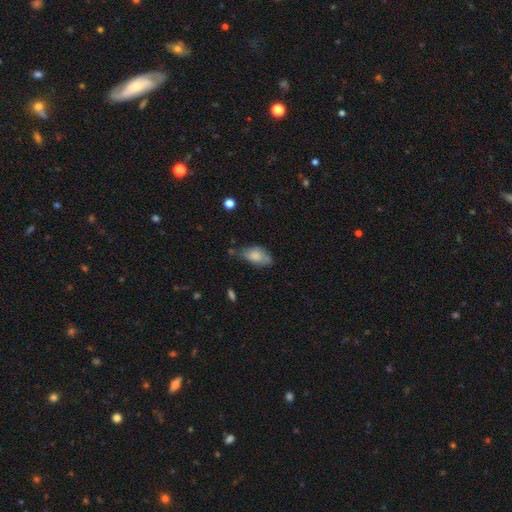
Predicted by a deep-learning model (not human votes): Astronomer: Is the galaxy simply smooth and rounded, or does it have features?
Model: smooth — 77%.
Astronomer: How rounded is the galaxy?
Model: in between — 90%.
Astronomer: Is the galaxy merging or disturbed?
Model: none — 45% (runner-up: minor disturbance, 38%).